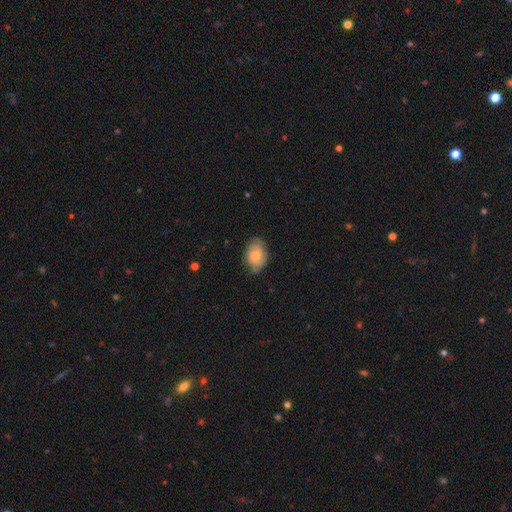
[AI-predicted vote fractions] A smooth galaxy with no disk features (50%) that is in between round and cigar-shaped (78%). Merging: none (66%).